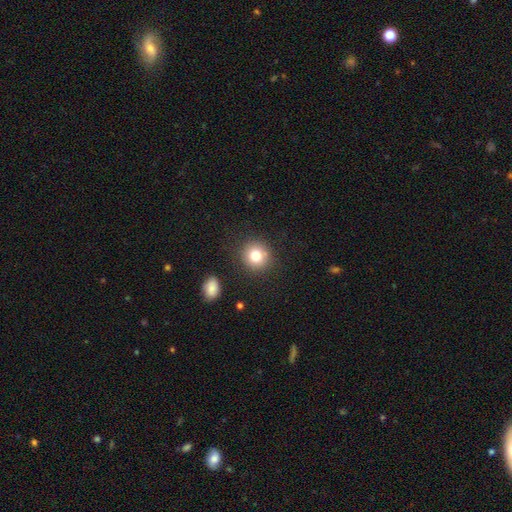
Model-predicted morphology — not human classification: Smooth or featured? smooth (80%)
How rounded? round (89%)
Merging? none (87%)